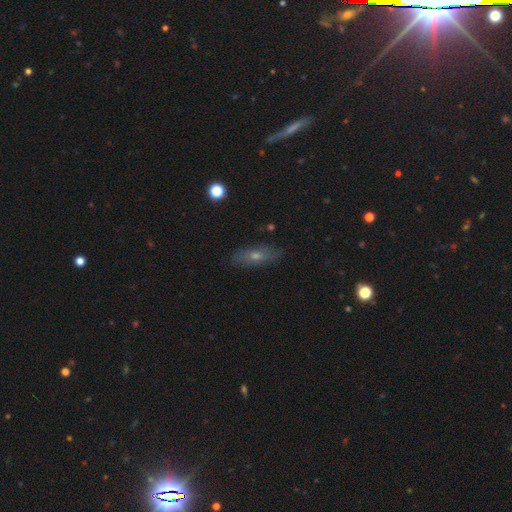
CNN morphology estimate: A smooth galaxy with no disk features (48%).

Vote fractions:
- Smooth or featured? smooth: 48% / featured or disk: 38% / star or artifact: 14%
- Merging? none: 84% / minor disturbance: 12% / major disturbance: 3% / merger: 1%